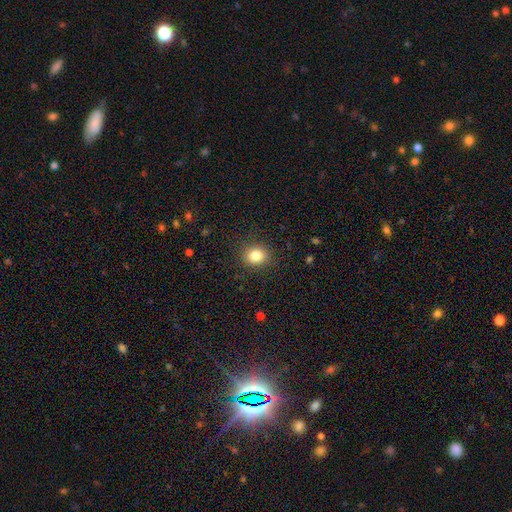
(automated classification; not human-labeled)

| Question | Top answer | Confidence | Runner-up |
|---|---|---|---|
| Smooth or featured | smooth | 83% | star or artifact (11%) |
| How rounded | round | 71% | in between (28%) |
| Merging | none | 88% | minor disturbance (8%) |